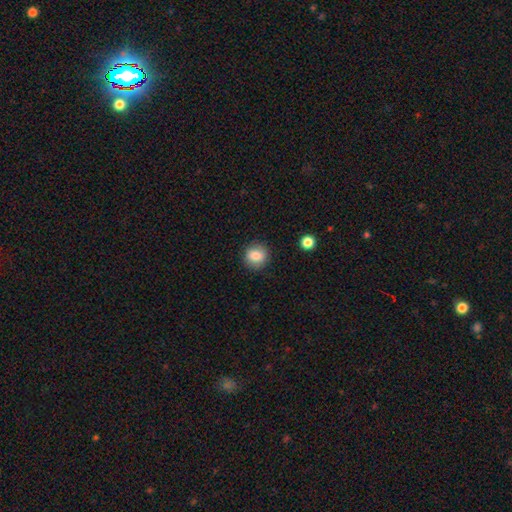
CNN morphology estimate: A smooth galaxy with no disk features (84%) that is round (80%).

Vote fractions:
- Smooth or featured? smooth: 84% / star or artifact: 9% / featured or disk: 7%
- How rounded? round: 80% / in between: 19% / cigar-shaped: 1%
- Merging? none: 87% / minor disturbance: 9% / major disturbance: 3% / merger: 1%